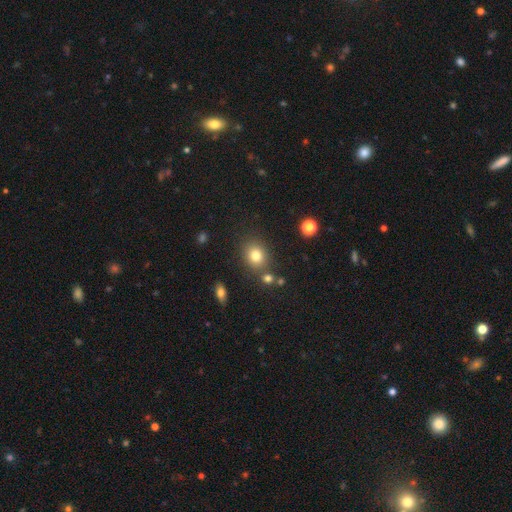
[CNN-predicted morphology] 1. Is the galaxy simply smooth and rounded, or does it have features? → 79% smooth, 13% star or artifact, 9% featured or disk.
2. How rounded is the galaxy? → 63% round, 36% in between, 1% cigar-shaped.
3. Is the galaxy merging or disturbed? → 77% none, 11% minor disturbance, 8% merger, 4% major disturbance.